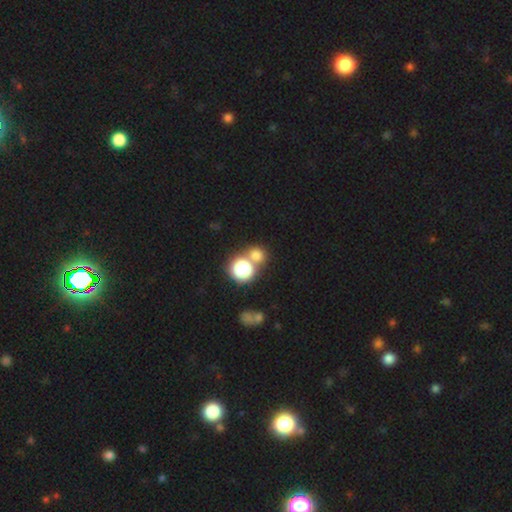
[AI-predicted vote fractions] Overall: smooth (71%). How rounded: round (83%). Merging: none (51%; merger 39%).